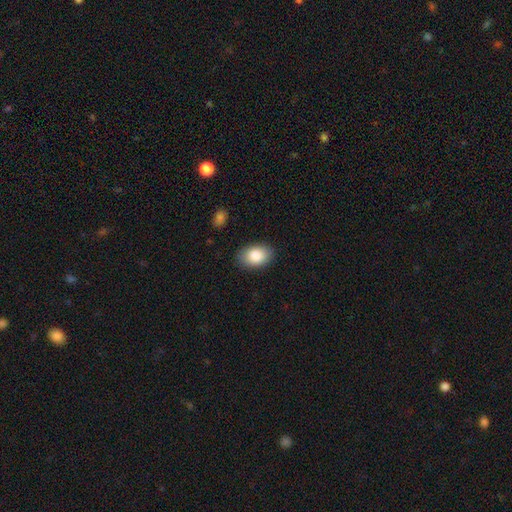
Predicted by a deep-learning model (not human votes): Smooth or featured? smooth (86%)
How rounded? in between (89%)
Merging? none (86%)